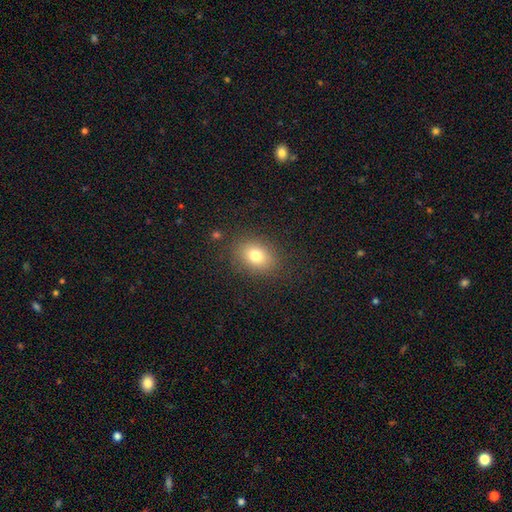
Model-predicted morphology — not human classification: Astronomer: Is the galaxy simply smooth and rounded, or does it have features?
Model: smooth — 78%.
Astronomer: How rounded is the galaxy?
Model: in between — 61% (runner-up: round, 38%).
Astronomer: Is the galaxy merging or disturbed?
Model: none — 85%.